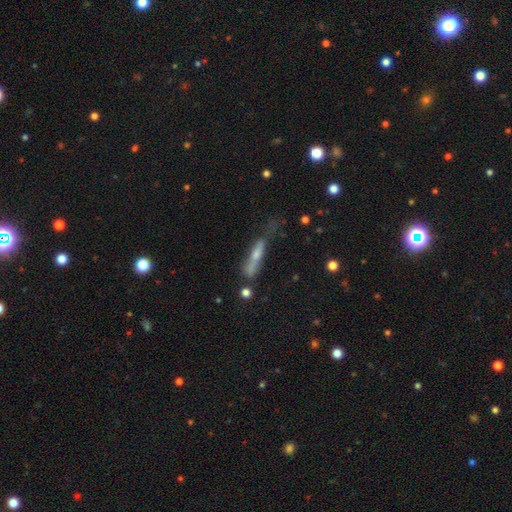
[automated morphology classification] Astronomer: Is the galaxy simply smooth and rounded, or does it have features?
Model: smooth — 51% (runner-up: featured or disk, 40%).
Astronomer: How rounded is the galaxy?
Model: cigar-shaped — 85%.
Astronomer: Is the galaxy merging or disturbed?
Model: none — 43% (runner-up: minor disturbance, 28%).